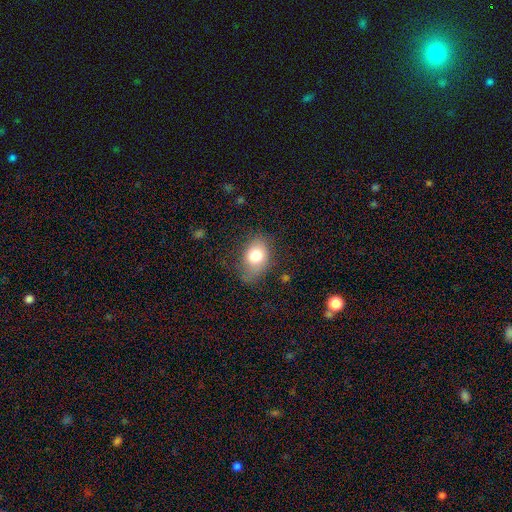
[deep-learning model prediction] The model was most divided on "merging": none: 61%, minor disturbance: 26%, major disturbance: 11%, merger: 2%. More confident: smooth or featured — smooth (75%); how rounded — in between (74%).